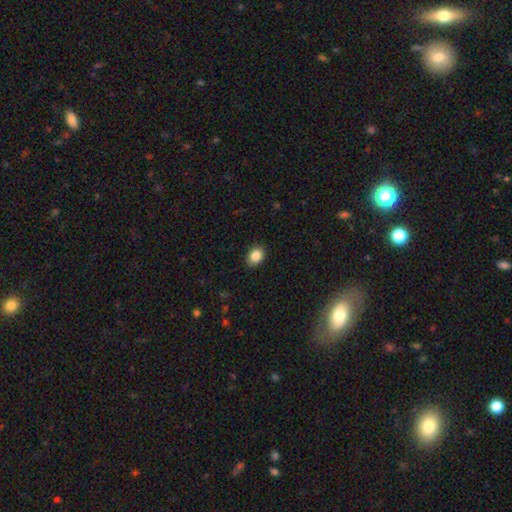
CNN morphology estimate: This appears to be a smooth galaxy with no disk features (86%) that is in between round and cigar-shaped (68%). Merging: none (88%).